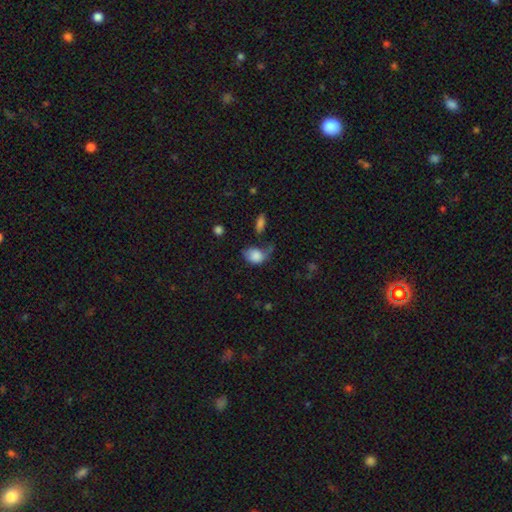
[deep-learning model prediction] Overall: smooth (80%). How rounded: in between (64%; round 34%). Merging: major disturbance (31%; minor disturbance 28%).